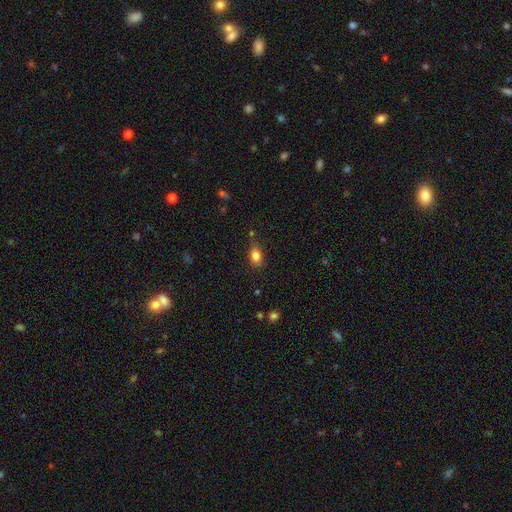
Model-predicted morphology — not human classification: This appears to be a smooth galaxy with no disk features (82%) that is in between round and cigar-shaped (74%). Merging: none (76%).